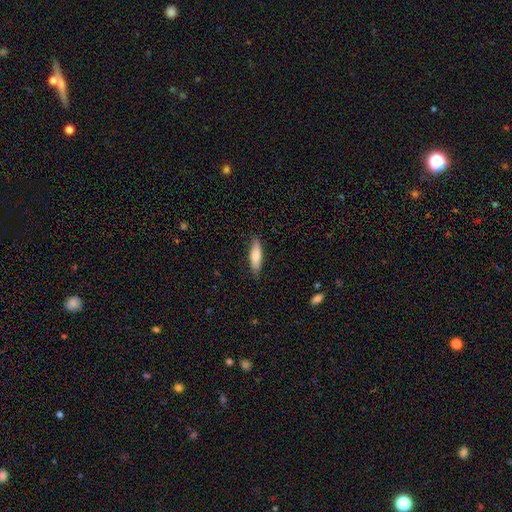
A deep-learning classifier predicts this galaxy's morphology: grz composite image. It shows a smooth galaxy with no disk features (77%) that is cigar-shaped (61%). Merging: none (87%).